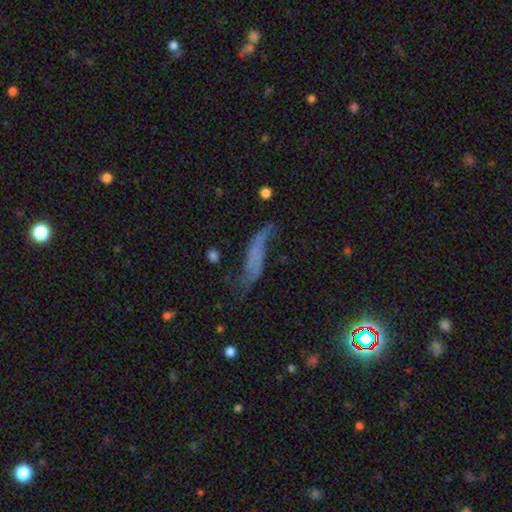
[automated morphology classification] Smooth or featured: featured or disk — 47% (smooth — 35%)
Merging: none — 48% (minor disturbance — 26%)